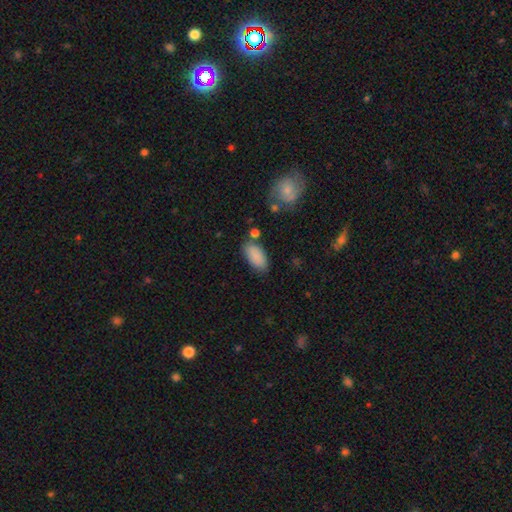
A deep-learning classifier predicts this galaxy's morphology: A smooth galaxy with no disk features (87%) that is in between round and cigar-shaped (91%).

Vote fractions:
- Smooth or featured? smooth: 87% / star or artifact: 7% / featured or disk: 5%
- How rounded? in between: 91% / cigar-shaped: 6% / round: 3%
- Merging? none: 73% / minor disturbance: 16% / merger: 7% / major disturbance: 4%